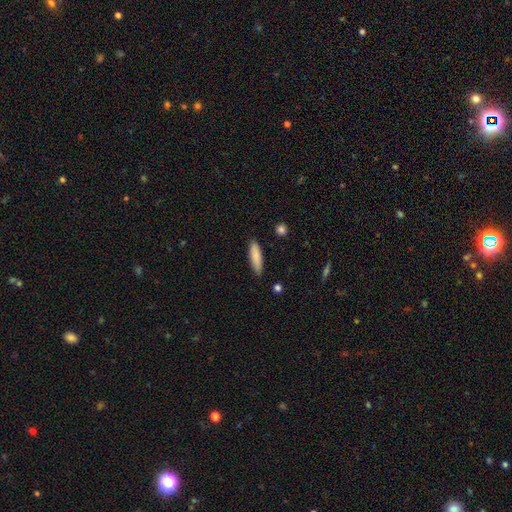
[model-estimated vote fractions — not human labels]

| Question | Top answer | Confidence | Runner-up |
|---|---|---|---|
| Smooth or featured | smooth | 85% | featured or disk (9%) |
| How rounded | cigar-shaped | 60% | in between (38%) |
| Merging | none | 87% | minor disturbance (10%) |